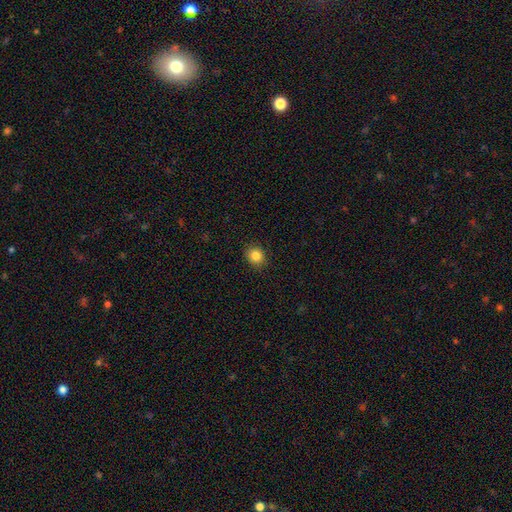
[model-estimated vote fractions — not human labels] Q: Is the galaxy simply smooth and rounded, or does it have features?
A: smooth — 84%.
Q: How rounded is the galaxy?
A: round — 78%.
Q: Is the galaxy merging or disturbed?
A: none — 91%.